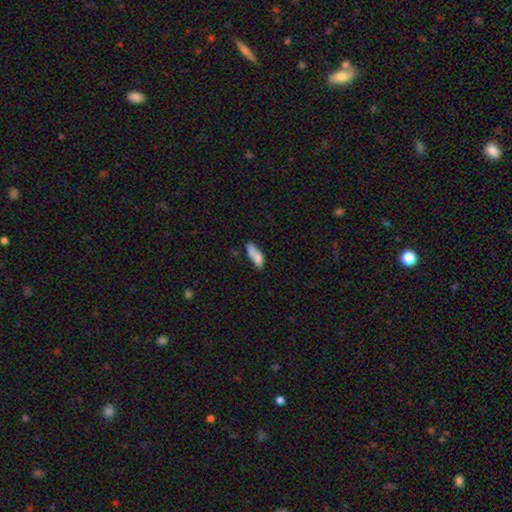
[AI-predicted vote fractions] Q: Smooth or featured?
A: smooth (73%); runner-up: featured or disk (19%)
Q: How rounded?
A: in between (63%); runner-up: cigar-shaped (34%)
Q: Merging?
A: none (43%); runner-up: minor disturbance (26%)